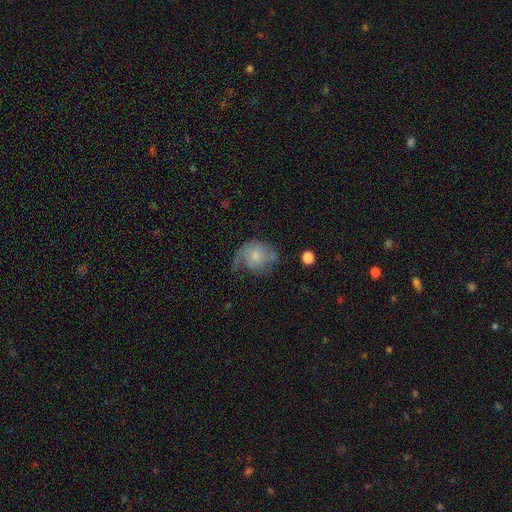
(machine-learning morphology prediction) Overall: featured or disk (47%; smooth 46%). Merging: none (36%; major disturbance 33%).